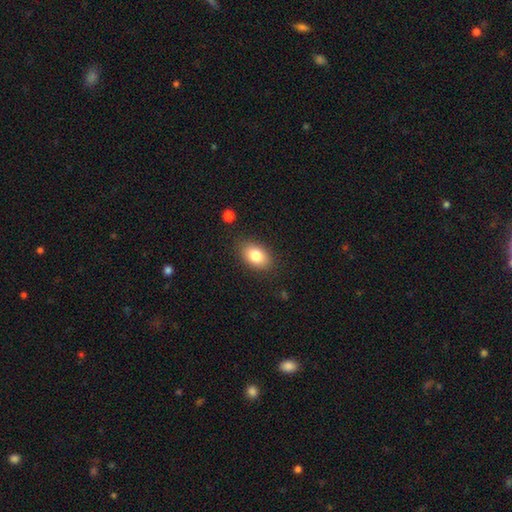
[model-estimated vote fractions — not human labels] Morphology: type=smooth (83%); roundness=in between (84%); merging=none (86%).